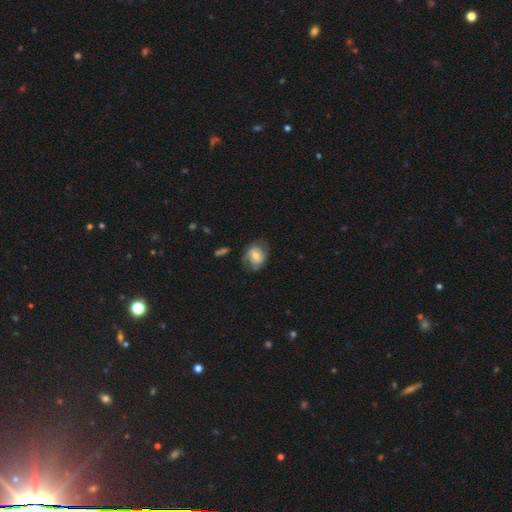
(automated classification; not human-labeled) Smooth or featured? smooth (47%)
Merging? none (61%)